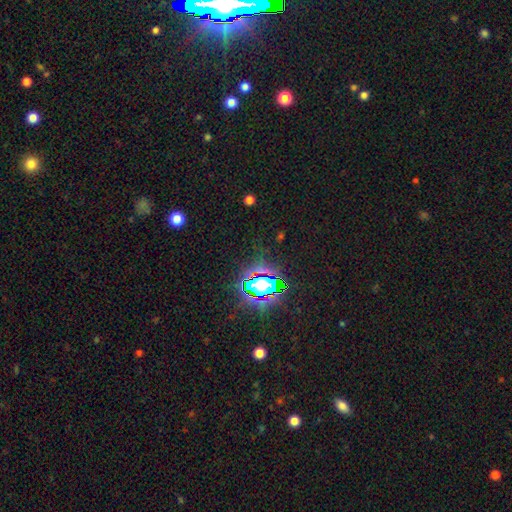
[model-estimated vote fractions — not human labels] Smooth or featured? Predicted: star or artifact (p=0.84).